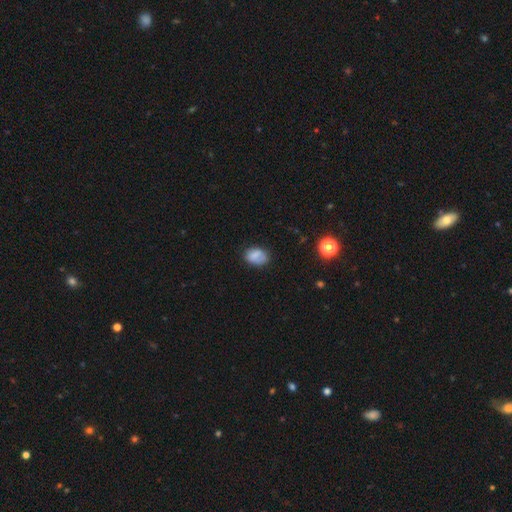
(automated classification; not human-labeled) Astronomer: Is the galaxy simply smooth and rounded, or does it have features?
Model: smooth — 75%.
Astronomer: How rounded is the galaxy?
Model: in between — 75%.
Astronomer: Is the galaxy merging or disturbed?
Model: none — 65%.